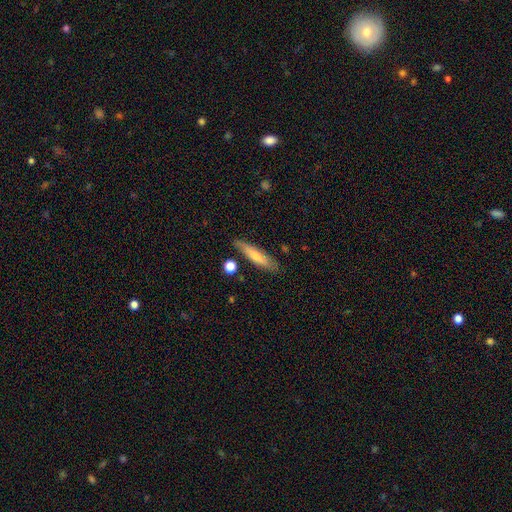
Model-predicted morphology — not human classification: type=smooth (69%); roundness=cigar-shaped (81%); merging=none (79%).